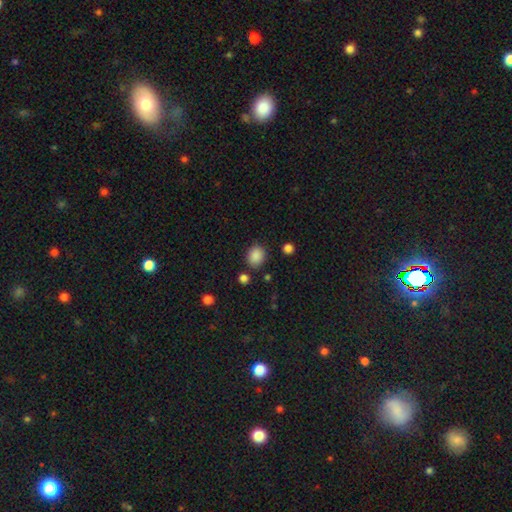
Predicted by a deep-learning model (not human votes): smooth 87%, star or artifact 10%, featured or disk 4%. Down the decision tree: how rounded — round (52%); merging — none (81%).